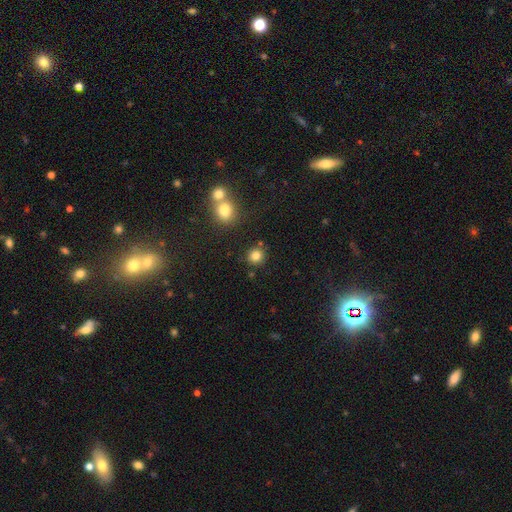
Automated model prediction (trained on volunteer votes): Smooth or featured?
  - smooth: 82% *
  - star or artifact: 13%
  - featured or disk: 6%
How rounded?
  - round: 87% *
  - in between: 12%
  - cigar-shaped: 1%
Merging?
  - none: 82% *
  - minor disturbance: 8%
  - merger: 7%
  - major disturbance: 2%